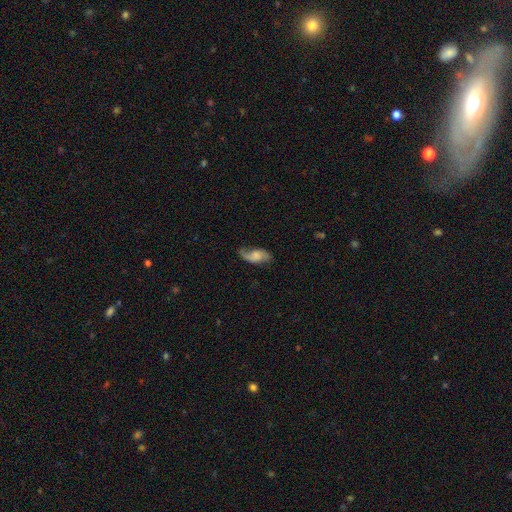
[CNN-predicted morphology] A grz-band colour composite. It shows a featured or disk galaxy (51%). Merging: none (59%).